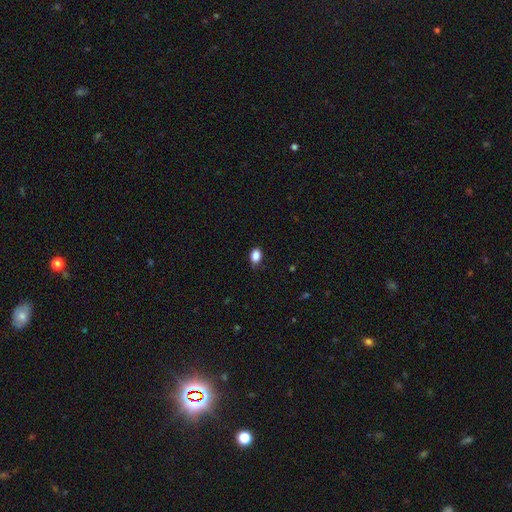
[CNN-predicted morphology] smooth-or-featured: smooth: 87% | star or artifact: 9% | featured or disk: 4%
  how-rounded: in between: 79% | round: 20% | cigar-shaped: 1%
  merging: none: 76% | minor disturbance: 19% | major disturbance: 3% | merger: 1%